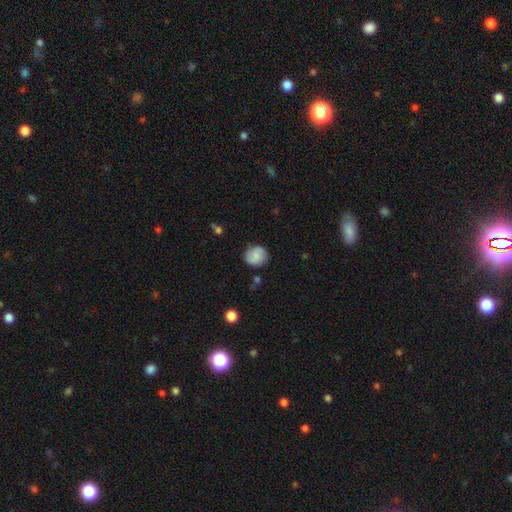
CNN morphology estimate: Overall: smooth (68%). How rounded: round (83%). Merging: none (79%).